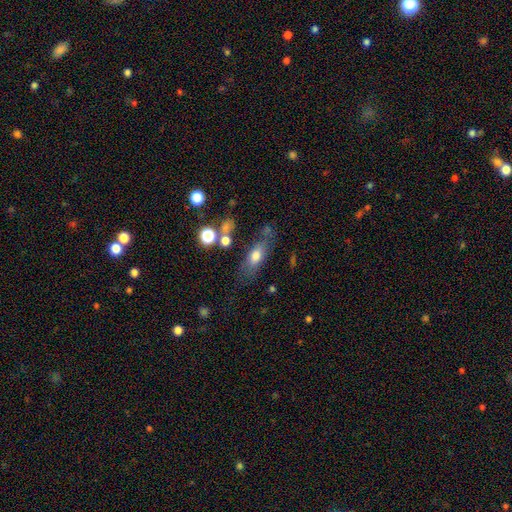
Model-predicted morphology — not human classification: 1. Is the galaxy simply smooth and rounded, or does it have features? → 70% smooth, 21% featured or disk, 10% star or artifact.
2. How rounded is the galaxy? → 70% in between, 21% cigar-shaped, 9% round.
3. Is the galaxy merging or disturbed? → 60% none, 20% minor disturbance, 10% merger, 9% major disturbance.